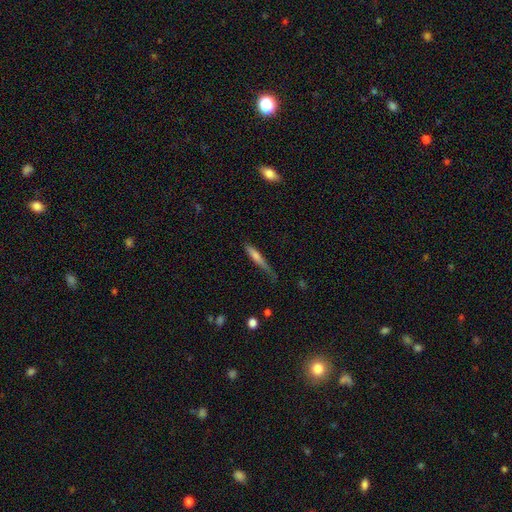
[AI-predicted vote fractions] Smooth or featured? smooth (60%)
How rounded? cigar-shaped (90%)
Merging? none (57%)